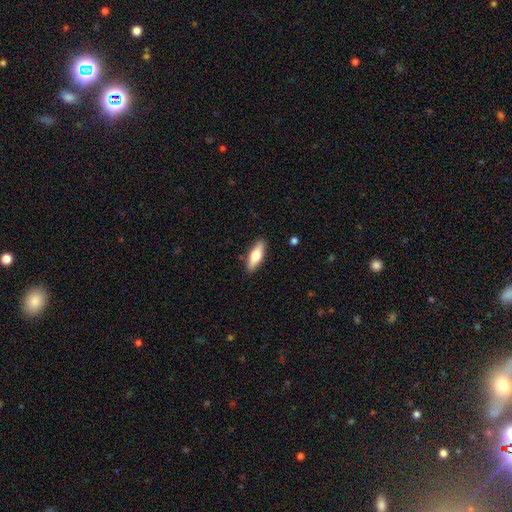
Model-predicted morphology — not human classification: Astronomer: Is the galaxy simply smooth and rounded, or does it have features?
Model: smooth — 63%.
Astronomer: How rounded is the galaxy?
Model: in between — 55% (runner-up: cigar-shaped, 43%).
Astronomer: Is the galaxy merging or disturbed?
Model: none — 87%.